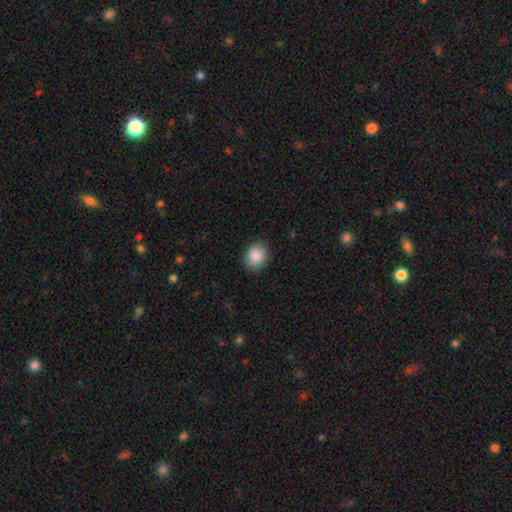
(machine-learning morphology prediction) Q: Smooth or featured?
A: smooth (89%); runner-up: star or artifact (8%)
Q: How rounded?
A: round (51%); runner-up: in between (48%)
Q: Merging?
A: none (87%); runner-up: minor disturbance (9%)